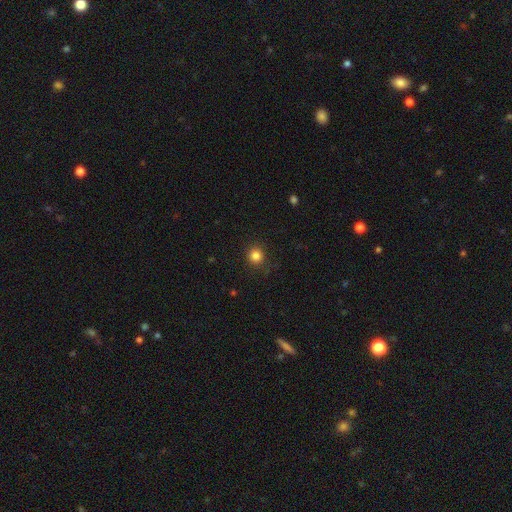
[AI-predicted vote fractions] smooth-or-featured: smooth: 83% | star or artifact: 12% | featured or disk: 4%
  how-rounded: round: 92% | in between: 7% | cigar-shaped: 1%
  merging: none: 88% | minor disturbance: 8% | major disturbance: 3% | merger: 1%